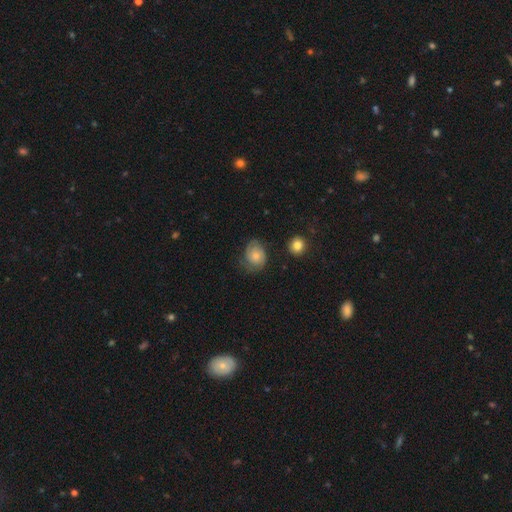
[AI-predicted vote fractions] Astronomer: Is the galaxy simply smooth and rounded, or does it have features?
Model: featured or disk — 59%.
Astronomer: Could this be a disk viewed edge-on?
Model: no — 98%.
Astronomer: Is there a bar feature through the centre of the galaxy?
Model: no — 79%.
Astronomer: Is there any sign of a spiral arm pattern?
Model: yes — 90%.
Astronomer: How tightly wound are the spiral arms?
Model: tight — 50% (runner-up: medium, 36%).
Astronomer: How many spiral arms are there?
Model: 2 — 62%.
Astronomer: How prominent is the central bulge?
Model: small — 54% (runner-up: moderate, 35%).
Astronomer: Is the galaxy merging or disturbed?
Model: none — 61%.